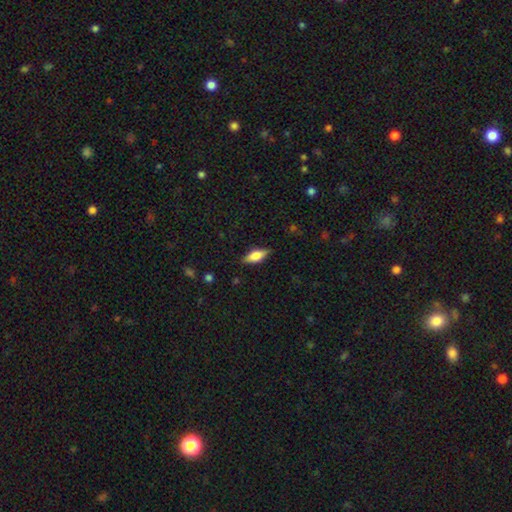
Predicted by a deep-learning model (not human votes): Smooth or featured? Predicted: smooth (p=0.64). How rounded? Predicted: in between (p=0.74). Merging? Predicted: none (p=0.84).